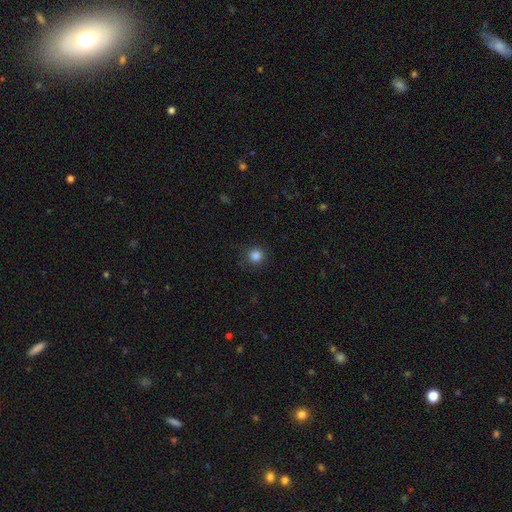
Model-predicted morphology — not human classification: type=smooth (84%); roundness=round (94%); merging=none (88%).